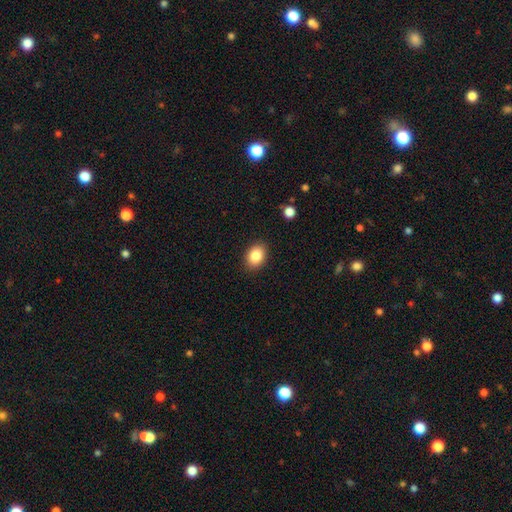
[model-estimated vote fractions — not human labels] A smooth galaxy with no disk features (86%) that is in between round and cigar-shaped (71%).

Vote fractions:
- Smooth or featured? smooth: 86% / star or artifact: 9% / featured or disk: 6%
- How rounded? in between: 71% / round: 28% / cigar-shaped: 1%
- Merging? none: 89% / minor disturbance: 8% / major disturbance: 2% / merger: 1%